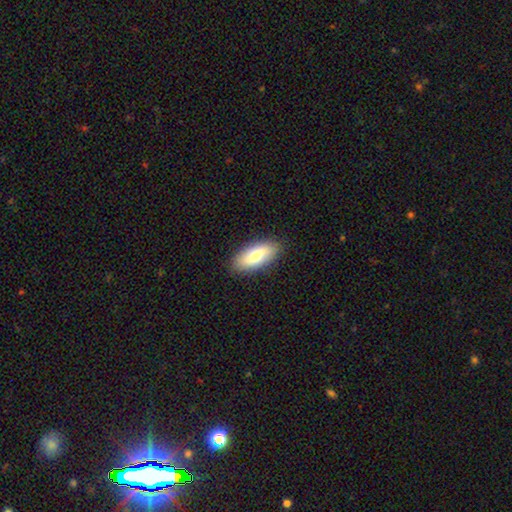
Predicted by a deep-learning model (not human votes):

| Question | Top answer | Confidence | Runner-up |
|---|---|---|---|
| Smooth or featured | smooth | 74% | featured or disk (20%) |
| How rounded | in between | 85% | cigar-shaped (12%) |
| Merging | none | 88% | minor disturbance (9%) |